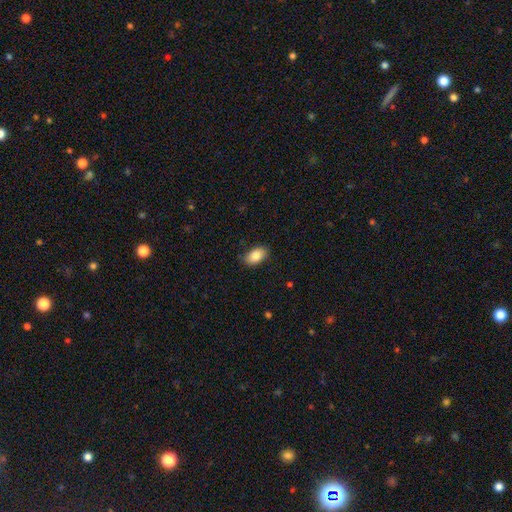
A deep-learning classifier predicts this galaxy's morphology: This is clearly a smooth galaxy (85%). How rounded: clearly in between (92%). Merging: clearly none (84%).